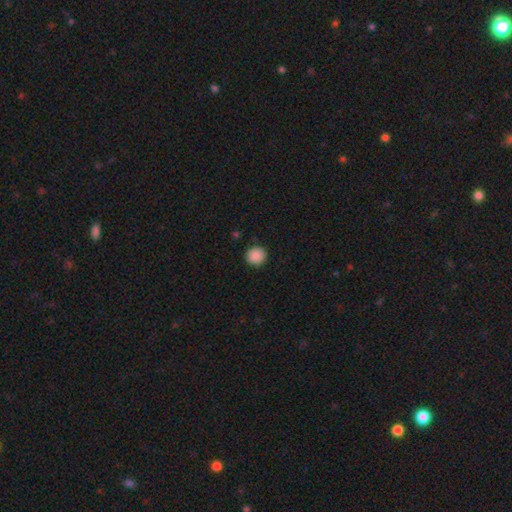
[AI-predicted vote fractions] This is clearly a smooth galaxy (89%). How rounded: clearly round (93%). Merging: clearly none (91%).